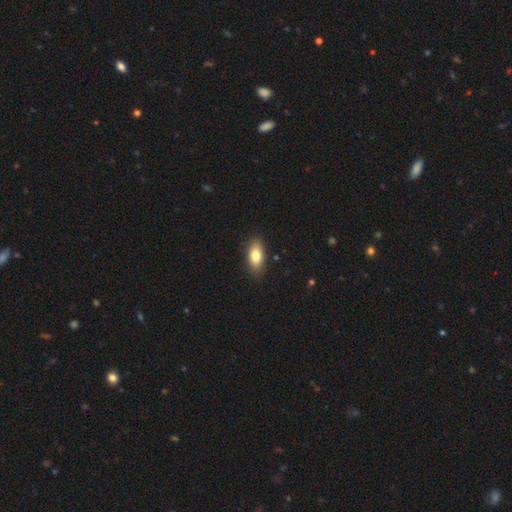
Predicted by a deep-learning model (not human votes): Overall: smooth (79%). How rounded: in between (87%). Merging: none (86%).